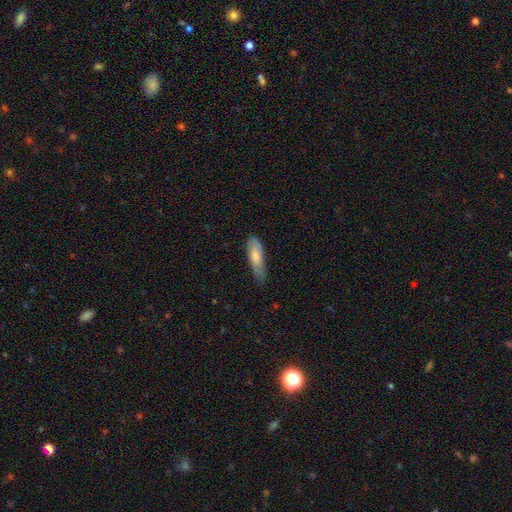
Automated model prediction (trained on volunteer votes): Smooth or featured? smooth (77%)
How rounded? in between (53%)
Merging? none (50%)